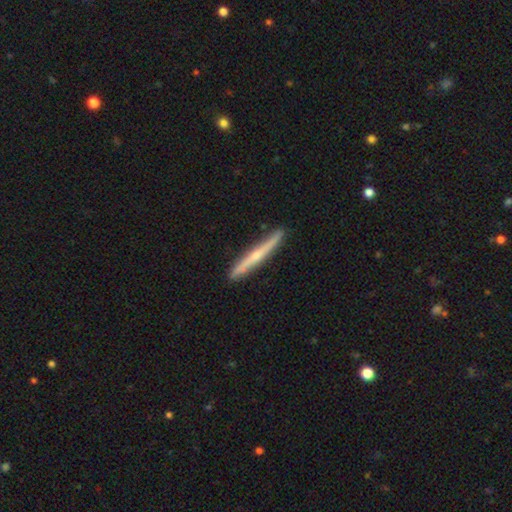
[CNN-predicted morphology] The model was most divided on "smooth or featured": featured or disk: 65%, smooth: 30%, star or artifact: 5%. More confident: edge-on disk — yes (95%); merging — none (89%); edge-on bulge — rounded (69%).